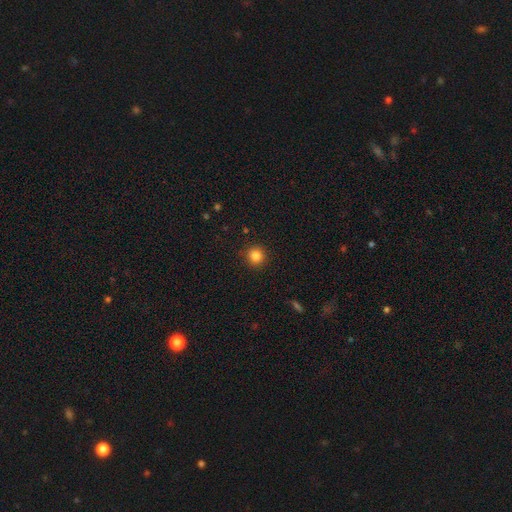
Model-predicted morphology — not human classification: Overall: smooth (85%). How rounded: round (94%). Merging: none (92%).